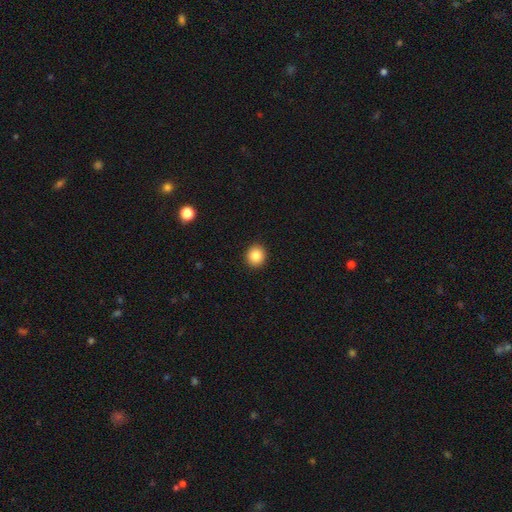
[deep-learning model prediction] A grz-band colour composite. It shows a smooth galaxy with no disk features (84%) that is round (87%). Merging: none (93%).